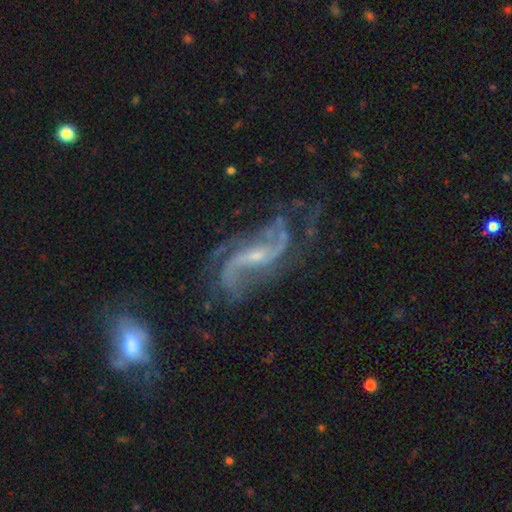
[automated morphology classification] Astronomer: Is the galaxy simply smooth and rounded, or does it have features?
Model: featured or disk — 89%.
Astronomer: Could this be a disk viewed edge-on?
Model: no — 95%.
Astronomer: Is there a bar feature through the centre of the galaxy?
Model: weak — 43% (runner-up: no, 34%).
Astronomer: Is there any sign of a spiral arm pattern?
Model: yes — 97%.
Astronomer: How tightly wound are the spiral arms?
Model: loose — 64%.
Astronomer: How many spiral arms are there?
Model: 2 — 78%.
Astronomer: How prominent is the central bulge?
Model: small — 69%.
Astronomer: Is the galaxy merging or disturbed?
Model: none — 57%.